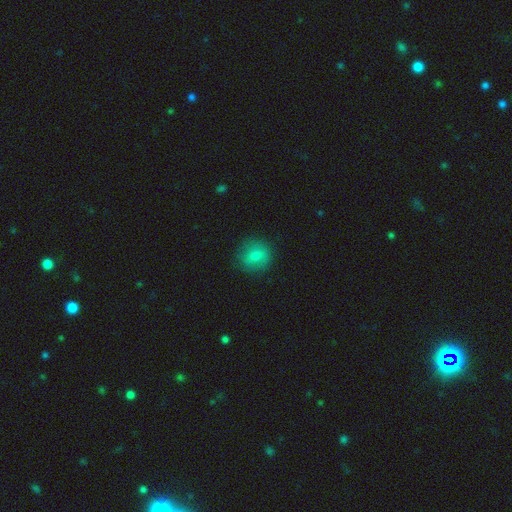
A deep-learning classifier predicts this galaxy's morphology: smooth 73%, featured or disk 16%, star or artifact 11%. Down the decision tree: how rounded — round (84%); merging — none (83%).